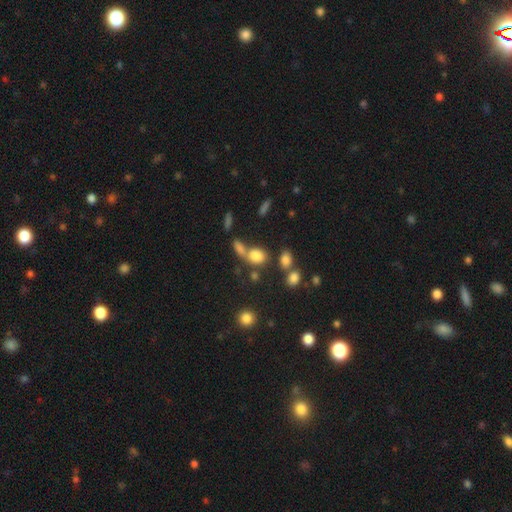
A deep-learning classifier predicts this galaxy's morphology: This appears to be a smooth galaxy with no disk features (79%) that is in between round and cigar-shaped (57%). Merging: none (46%).